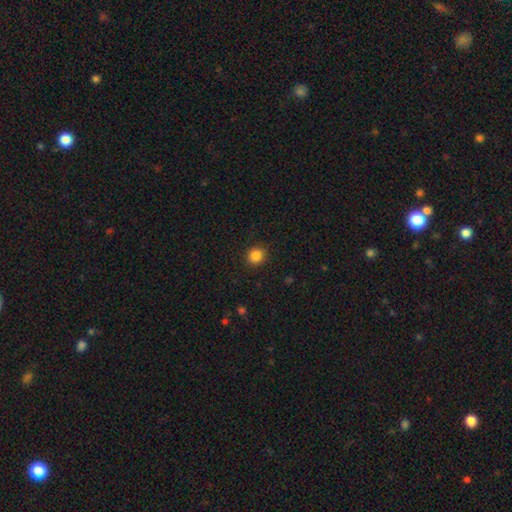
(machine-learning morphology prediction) smooth-or-featured: smooth: 85% | star or artifact: 11% | featured or disk: 4%
  how-rounded: round: 89% | in between: 10% | cigar-shaped: 1%
  merging: none: 90% | minor disturbance: 7% | major disturbance: 2% | merger: 1%